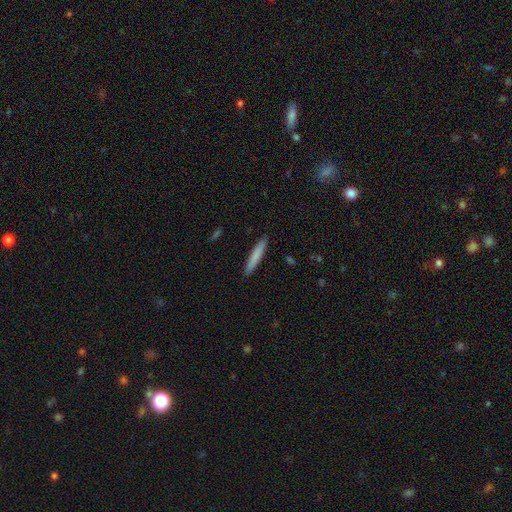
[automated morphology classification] A smooth galaxy with no disk features (78%) that is cigar-shaped (94%). Merging: none (91%).